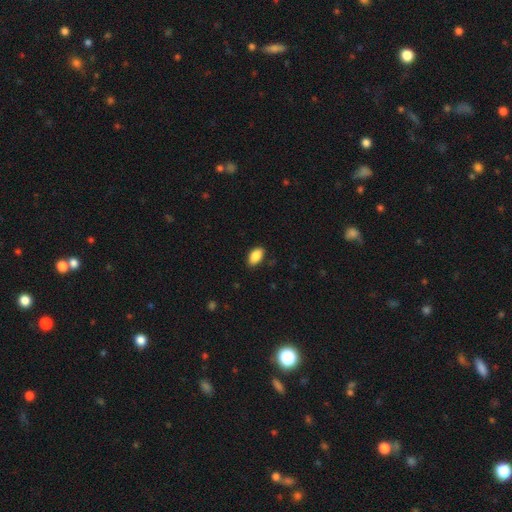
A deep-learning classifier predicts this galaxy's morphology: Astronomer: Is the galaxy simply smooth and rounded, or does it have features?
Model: smooth — 88%.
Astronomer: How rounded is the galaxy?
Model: in between — 93%.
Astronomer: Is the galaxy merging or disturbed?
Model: none — 86%.